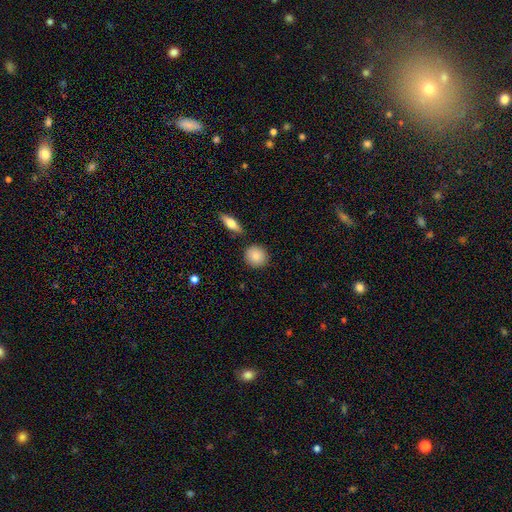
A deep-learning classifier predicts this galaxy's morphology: Overall: smooth (86%). How rounded: round (86%). Merging: none (87%).